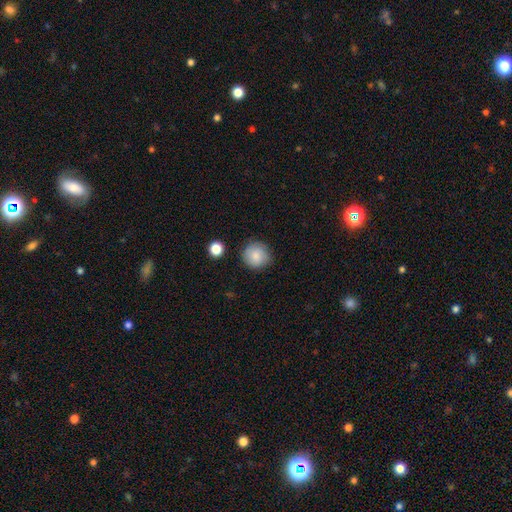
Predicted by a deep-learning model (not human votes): A smooth galaxy with no disk features (83%) that is round (93%). Merging: none (83%).